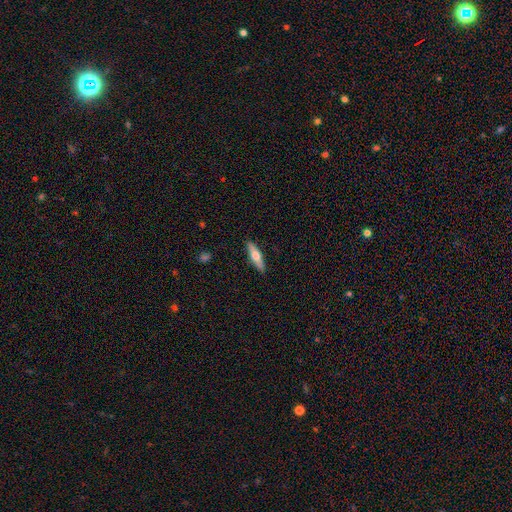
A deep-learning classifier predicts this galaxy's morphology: Smooth or featured?
  - smooth: 49% *
  - featured or disk: 45%
  - star or artifact: 6%
Merging?
  - none: 90% *
  - minor disturbance: 8%
  - major disturbance: 2%
  - merger: 1%